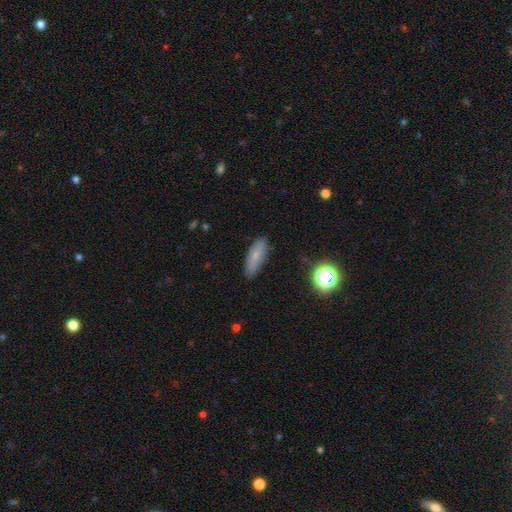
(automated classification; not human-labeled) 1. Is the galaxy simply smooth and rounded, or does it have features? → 67% smooth, 23% featured or disk, 9% star or artifact.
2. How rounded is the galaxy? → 61% in between, 36% cigar-shaped, 3% round.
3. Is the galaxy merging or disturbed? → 84% none, 12% minor disturbance, 2% major disturbance, 1% merger.